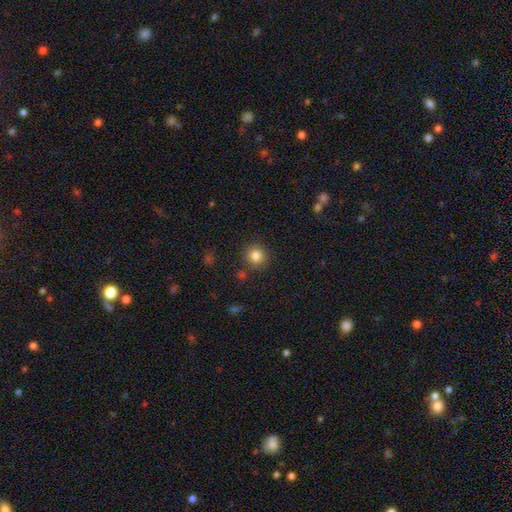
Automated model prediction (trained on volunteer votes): smooth_or_featured: smooth (p=0.83) [alt: star or artifact p=0.11]
how_rounded: round (p=0.92) [alt: in between p=0.07]
merging: none (p=0.86) [alt: minor disturbance p=0.08]